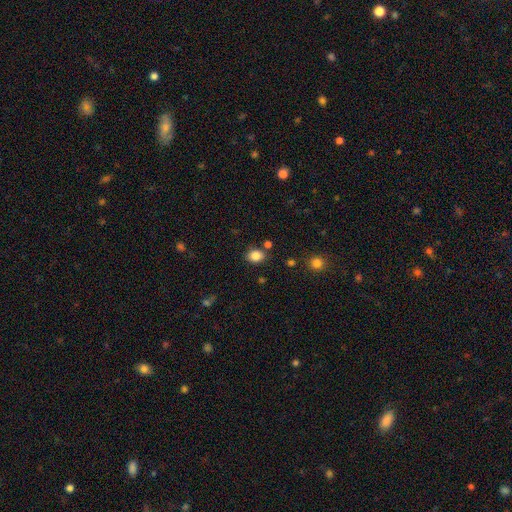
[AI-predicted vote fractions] Q: Smooth or featured?
A: smooth (85%); runner-up: star or artifact (10%)
Q: How rounded?
A: in between (51%); runner-up: round (48%)
Q: Merging?
A: none (80%); runner-up: minor disturbance (11%)